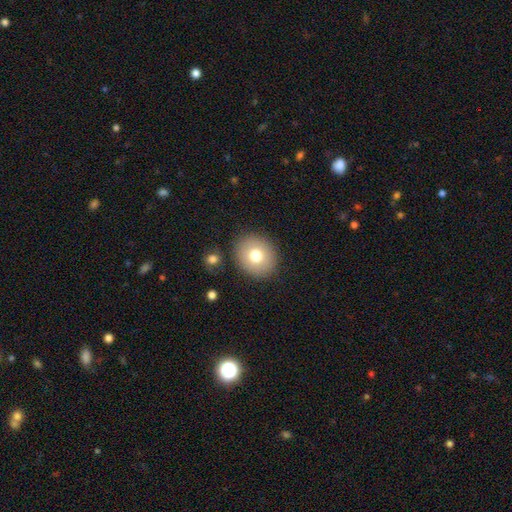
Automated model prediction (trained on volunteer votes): Smooth or featured? Predicted: smooth (p=0.75). How rounded? Predicted: round (p=0.76). Merging? Predicted: none (p=0.88).